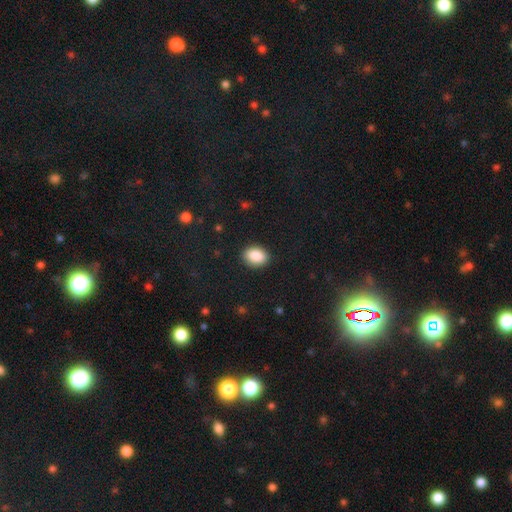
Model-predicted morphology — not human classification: Smooth or featured? Predicted: smooth (p=0.89). How rounded? Predicted: in between (p=0.71). Merging? Predicted: none (p=0.88).